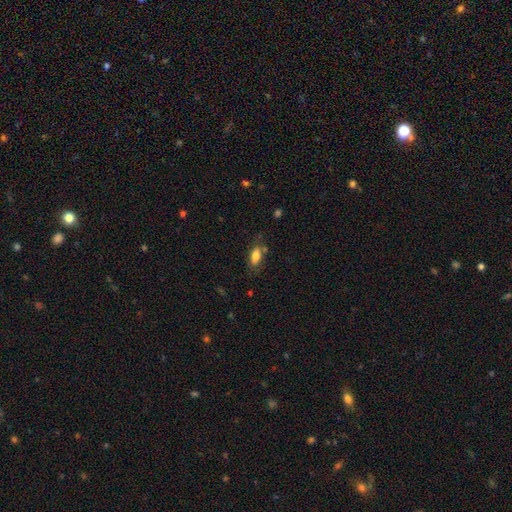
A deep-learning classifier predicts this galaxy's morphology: Smooth or featured? smooth (79%)
How rounded? in between (86%)
Merging? none (68%)